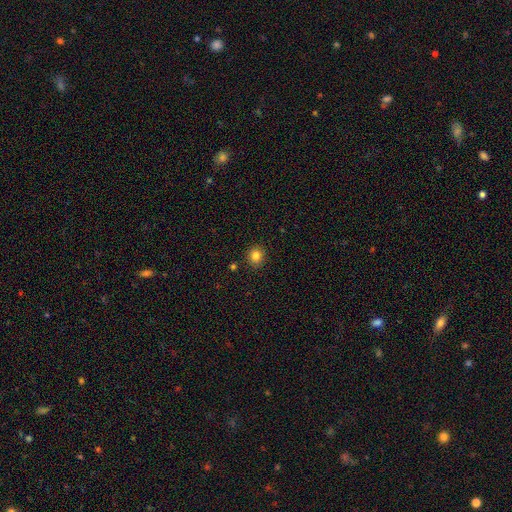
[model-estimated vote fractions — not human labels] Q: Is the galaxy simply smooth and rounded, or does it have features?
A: smooth — 83%.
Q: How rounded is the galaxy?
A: round — 84%.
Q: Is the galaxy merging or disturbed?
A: none — 89%.